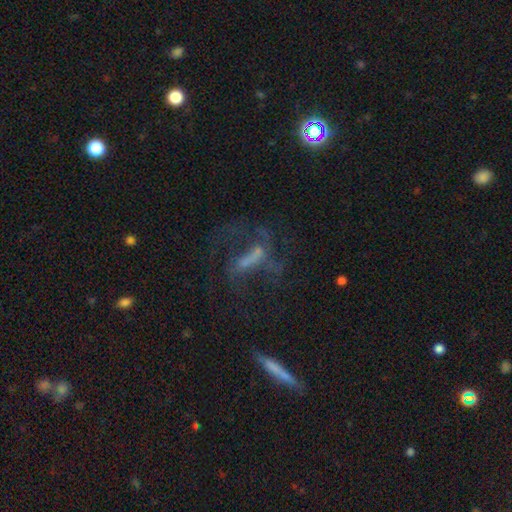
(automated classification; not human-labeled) The model was most divided on "bar": strong: 35%, no: 33%, weak: 32%. Remaining: edge-on disk — no (88%); smooth or featured — featured or disk (59%); spiral arms — yes (58%); bulge size — none (47%); merging — none (41%).